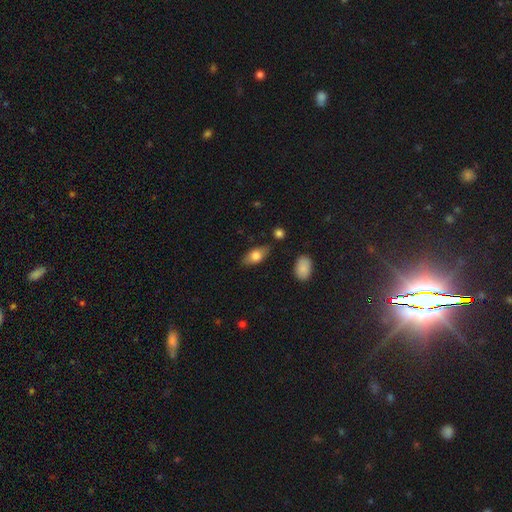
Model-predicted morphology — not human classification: This is likely a smooth galaxy (74%). How rounded: clearly in between (86%). Merging: clearly none (80%).